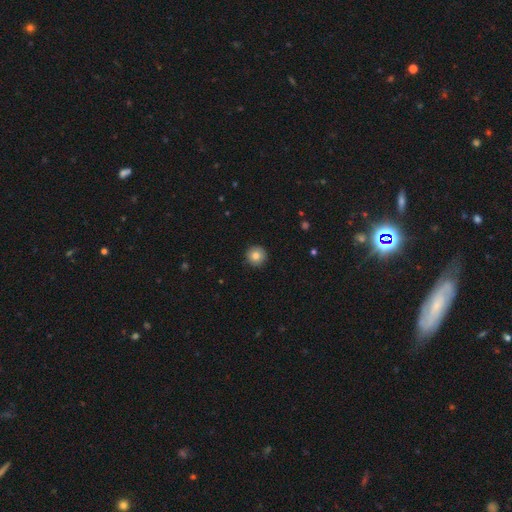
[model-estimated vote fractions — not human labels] Smooth or featured?
  - smooth: 82% *
  - star or artifact: 9%
  - featured or disk: 9%
How rounded?
  - round: 96% *
  - in between: 3%
  - cigar-shaped: 1%
Merging?
  - none: 91% *
  - minor disturbance: 6%
  - major disturbance: 2%
  - merger: 1%